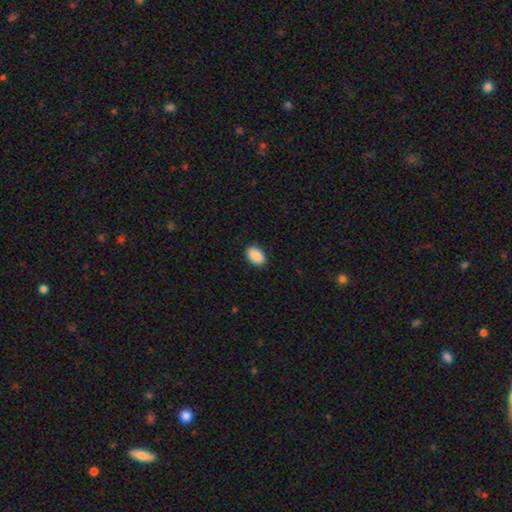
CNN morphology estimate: This is clearly a smooth galaxy (91%). How rounded: clearly in between (92%). Merging: clearly none (89%).